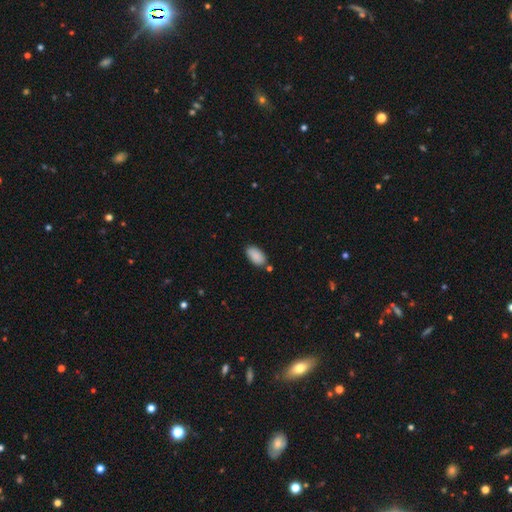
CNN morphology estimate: Smooth or featured: smooth — 89% (star or artifact — 7%)
How rounded: in between — 95% (round — 3%)
Merging: none — 78% (minor disturbance — 14%)